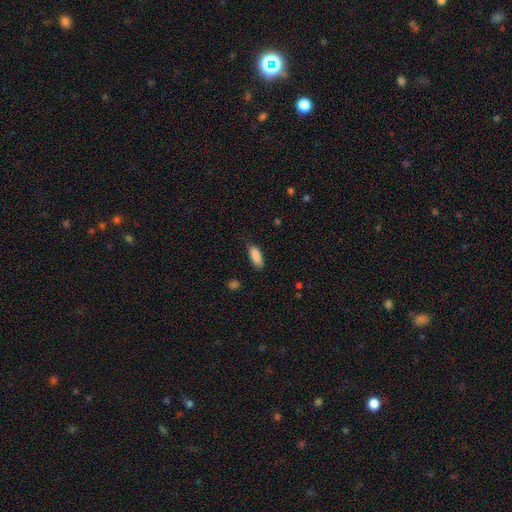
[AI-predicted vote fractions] The model was most divided on "how rounded": in between: 77%, cigar-shaped: 21%, round: 2%. More confident: smooth or featured — smooth (89%); merging — none (77%).